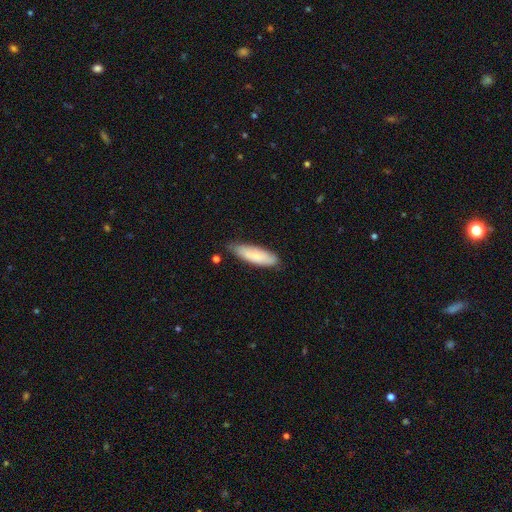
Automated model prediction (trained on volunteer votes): A smooth galaxy with no disk features (73%) that is in between round and cigar-shaped (49%, tied with cigar-shaped). Merging: none (70%).